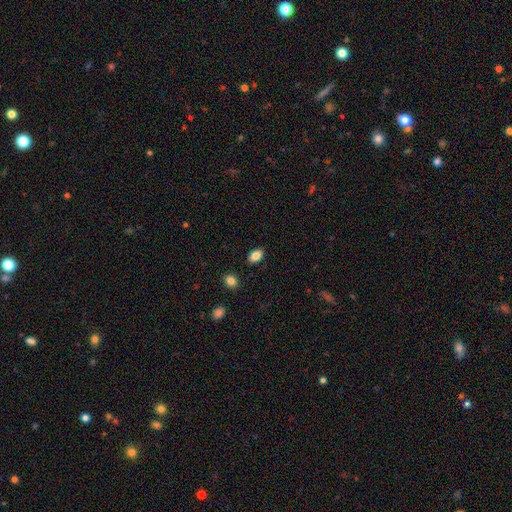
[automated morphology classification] Smooth or featured: smooth — 84% (star or artifact — 8%)
How rounded: in between — 89% (round — 9%)
Merging: none — 88% (minor disturbance — 9%)